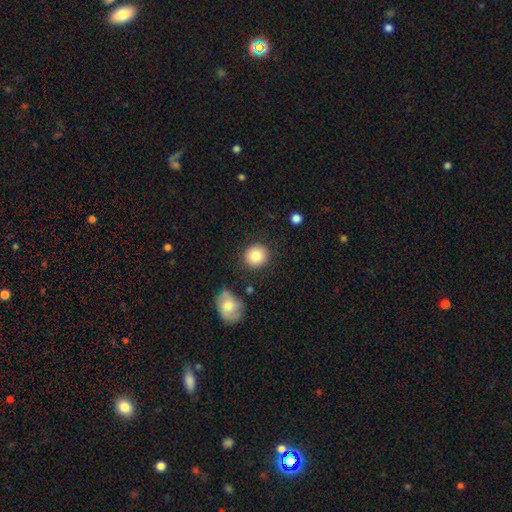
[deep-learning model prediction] Q: Smooth or featured?
A: smooth (85%); runner-up: star or artifact (8%)
Q: How rounded?
A: round (88%); runner-up: in between (11%)
Q: Merging?
A: none (86%); runner-up: minor disturbance (8%)